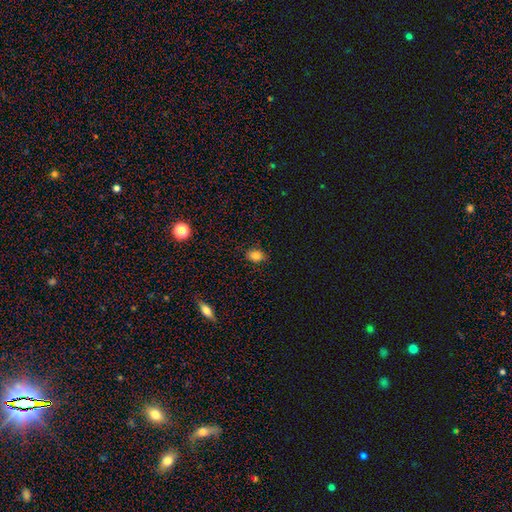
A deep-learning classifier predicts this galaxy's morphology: smooth 82%, star or artifact 12%, featured or disk 7%. Down the decision tree: how rounded — in between (68%); merging — none (83%).